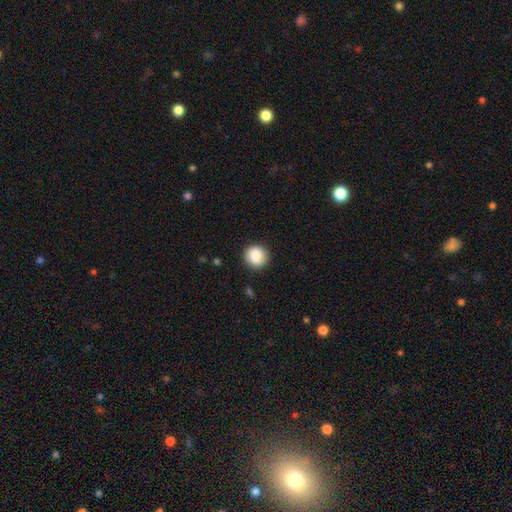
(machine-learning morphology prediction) Smooth or featured?
  - smooth: 84% *
  - star or artifact: 8%
  - featured or disk: 7%
How rounded?
  - round: 90% *
  - in between: 9%
  - cigar-shaped: 1%
Merging?
  - none: 89% *
  - minor disturbance: 8%
  - major disturbance: 2%
  - merger: 1%